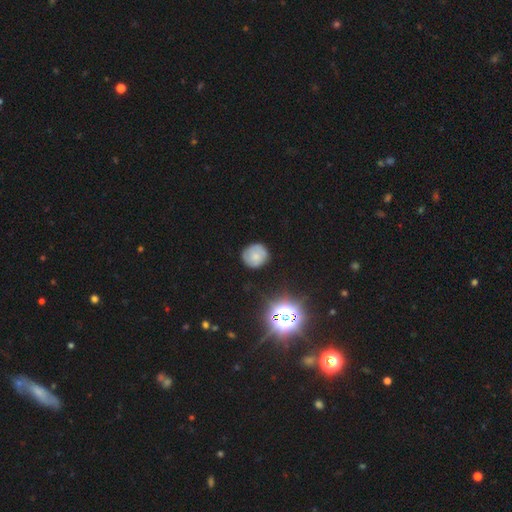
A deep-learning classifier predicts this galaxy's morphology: This appears to be a smooth galaxy with no disk features (65%) that is round (87%). Merging: none (80%).